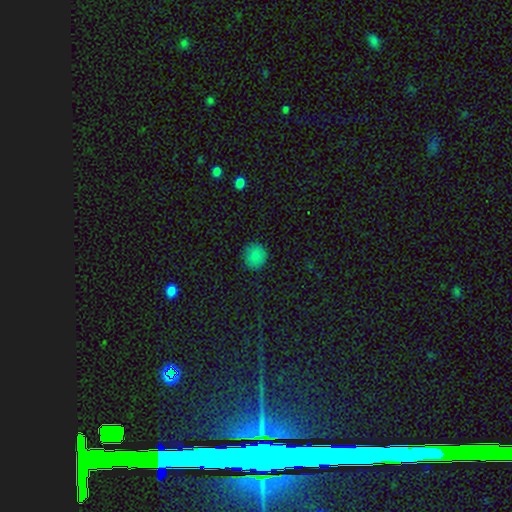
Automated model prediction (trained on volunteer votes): The model was most divided on "smooth or featured": smooth: 84%, star or artifact: 11%, featured or disk: 5%. More confident: how rounded — round (90%); merging — none (89%).